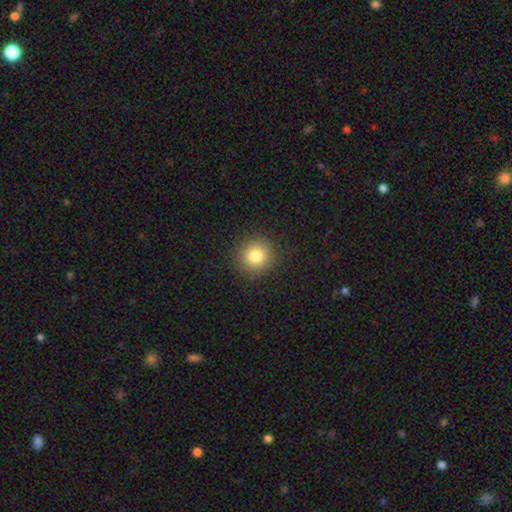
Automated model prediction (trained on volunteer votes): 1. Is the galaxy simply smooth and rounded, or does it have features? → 81% smooth, 12% star or artifact, 7% featured or disk.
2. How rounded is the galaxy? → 93% round, 6% in between, 1% cigar-shaped.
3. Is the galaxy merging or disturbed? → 91% none, 6% minor disturbance, 2% major disturbance, 1% merger.